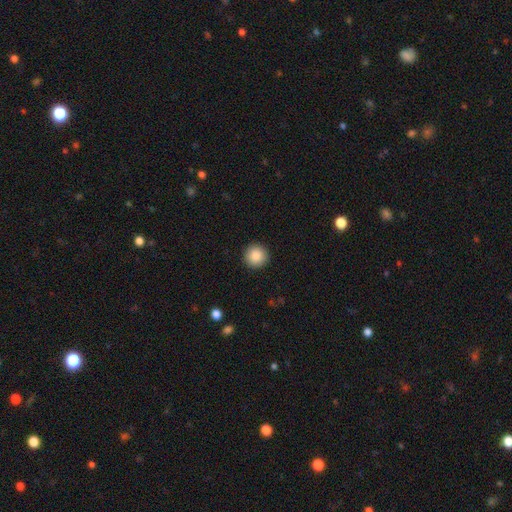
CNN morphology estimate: Smooth or featured? smooth (88%)
How rounded? round (96%)
Merging? none (92%)